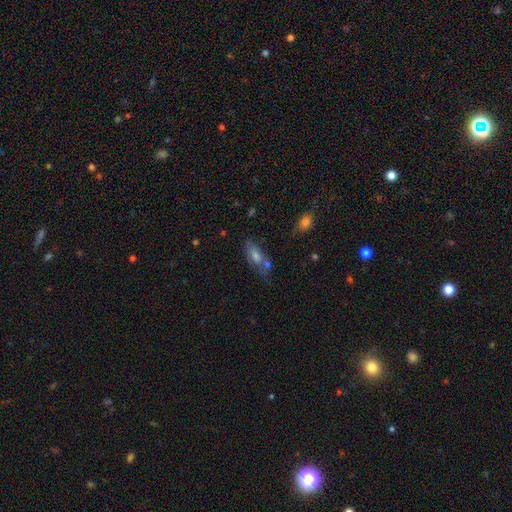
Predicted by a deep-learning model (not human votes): This appears to be a smooth galaxy with no disk features (55%) that is in between round and cigar-shaped (74%). Merging: none (48%).